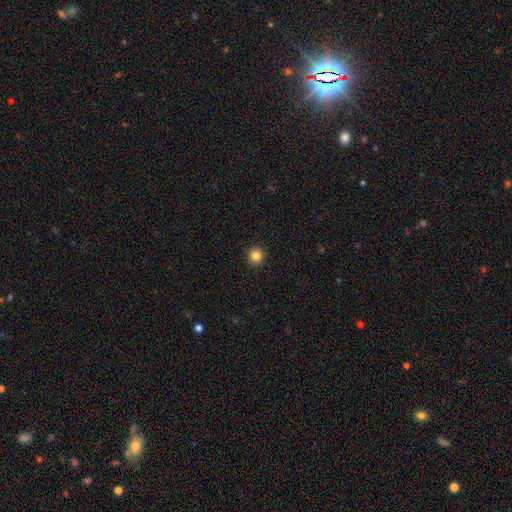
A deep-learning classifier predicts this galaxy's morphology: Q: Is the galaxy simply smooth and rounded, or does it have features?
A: smooth — 84%.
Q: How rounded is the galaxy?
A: round — 94%.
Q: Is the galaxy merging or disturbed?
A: none — 93%.